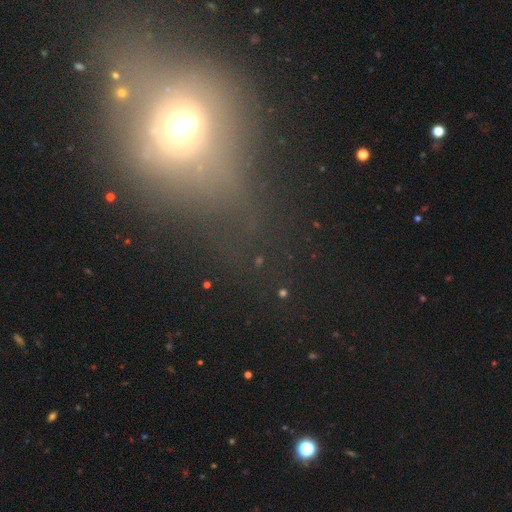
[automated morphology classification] Smooth or featured? Predicted: star or artifact (p=0.48).